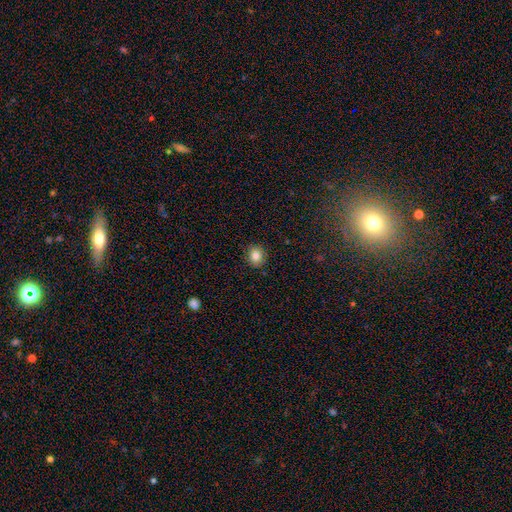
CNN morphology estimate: Overall: smooth (84%). How rounded: round (73%). Merging: none (89%).